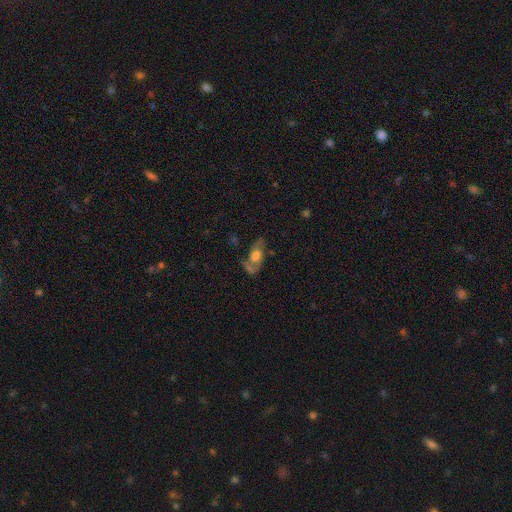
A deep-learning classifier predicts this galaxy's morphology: Smooth or featured? featured or disk (59%)
Edge-on disk? no (84%)
Merging? none (55%)